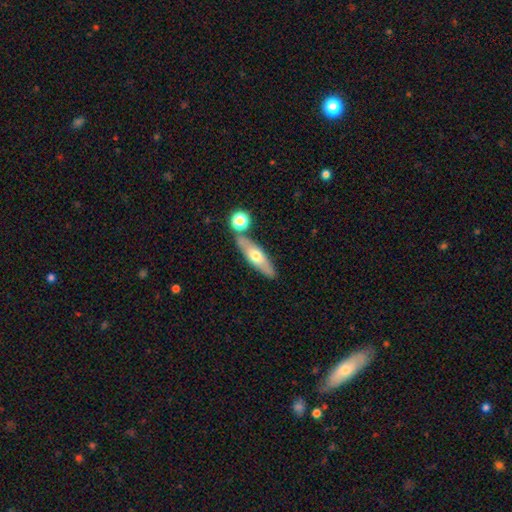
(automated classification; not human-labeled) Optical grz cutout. It shows a smooth galaxy with no disk features (50%) that is cigar-shaped (61%). Merging: none (74%).